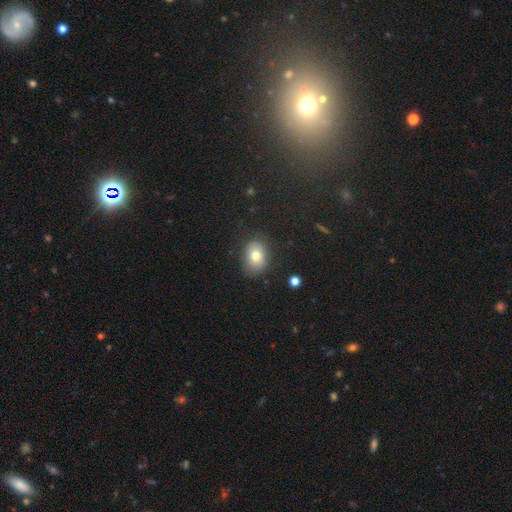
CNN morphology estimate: Smooth or featured?
  - smooth: 76% *
  - featured or disk: 13%
  - star or artifact: 11%
How rounded?
  - in between: 66% *
  - round: 33%
  - cigar-shaped: 1%
Merging?
  - none: 77% *
  - minor disturbance: 17%
  - major disturbance: 5%
  - merger: 2%